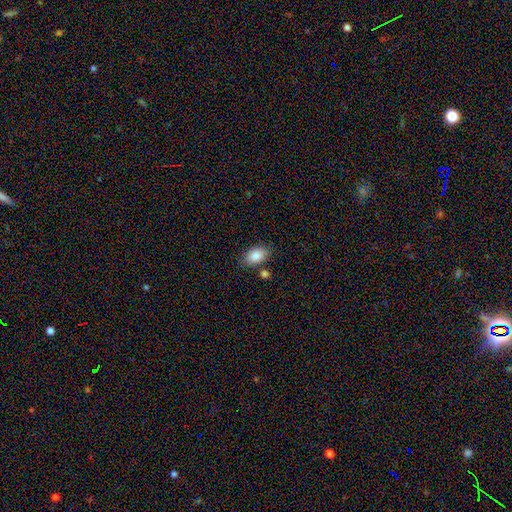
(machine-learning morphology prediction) Smooth or featured? Predicted: smooth (p=0.84). How rounded? Predicted: in between (p=0.90). Merging? Predicted: none (p=0.76).